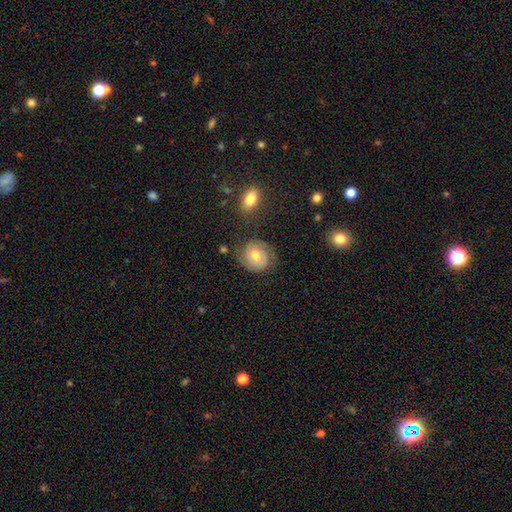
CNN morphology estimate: This is possibly a featured or disk galaxy (58%). It is clearly not viewed edge-on (97%). Bar: likely no (66%). Spiral arm pattern: clearly yes (85%). Central bulge: likely moderate (67%). Merging: likely none (72%).